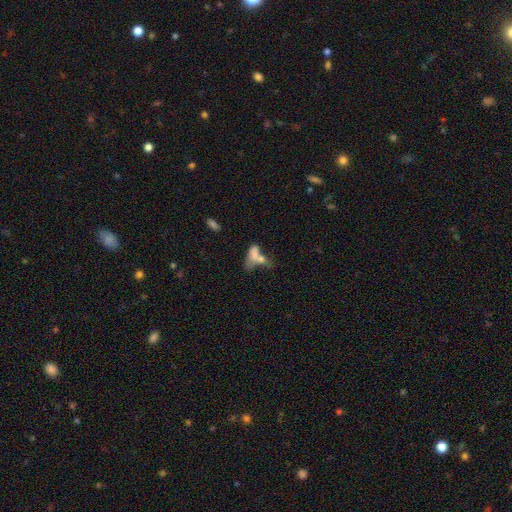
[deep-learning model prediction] Smooth or featured: smooth — 65% (featured or disk — 24%)
How rounded: in between — 79% (cigar-shaped — 13%)
Merging: merger — 58% (none — 17%)